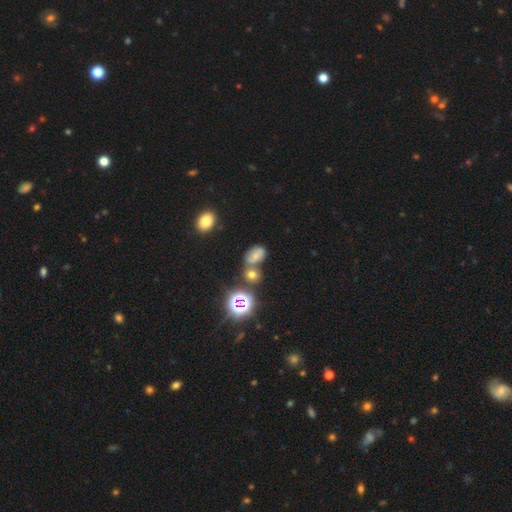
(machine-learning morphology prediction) Smooth or featured? Predicted: smooth (p=0.51). How rounded? Predicted: in between (p=0.76). Merging? Predicted: none (p=0.42).